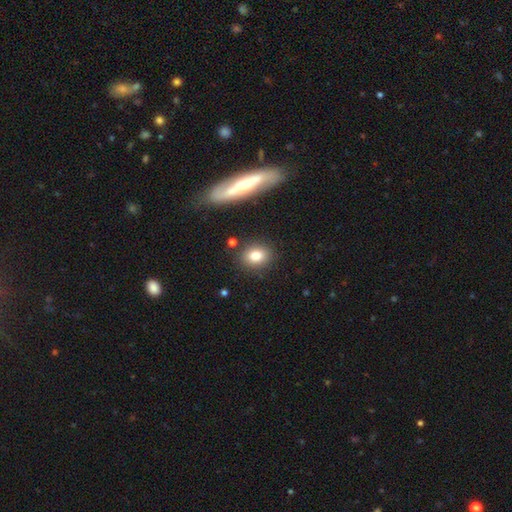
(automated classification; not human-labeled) This is clearly a smooth galaxy (80%). How rounded: possibly round (51%). Merging: clearly none (85%).